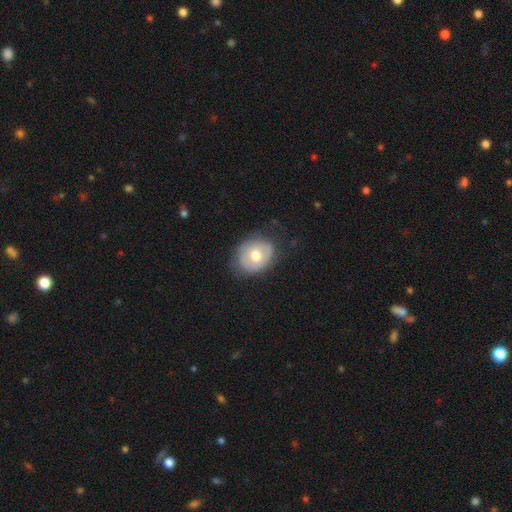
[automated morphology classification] Overall: smooth (54%; featured or disk 39%). How rounded: round (59%; in between 40%). Merging: none (71%).